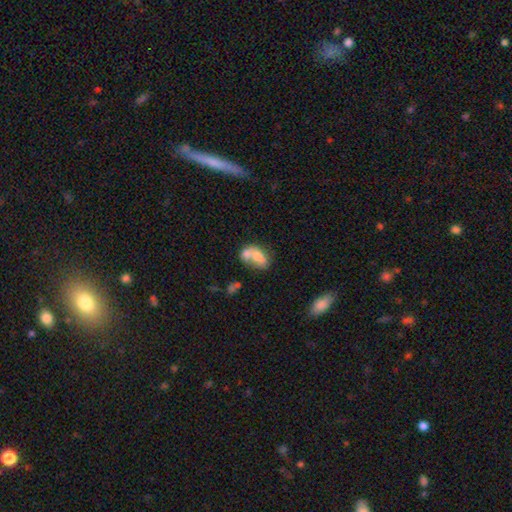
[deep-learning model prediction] Q: Smooth or featured?
A: smooth (67%); runner-up: featured or disk (25%)
Q: How rounded?
A: in between (82%); runner-up: round (16%)
Q: Merging?
A: merger (62%); runner-up: none (21%)